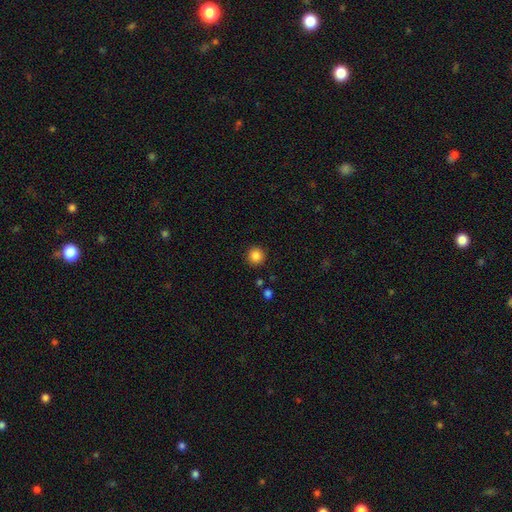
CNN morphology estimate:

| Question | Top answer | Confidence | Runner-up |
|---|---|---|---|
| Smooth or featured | smooth | 86% | star or artifact (11%) |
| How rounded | round | 94% | in between (5%) |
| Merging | none | 90% | minor disturbance (6%) |